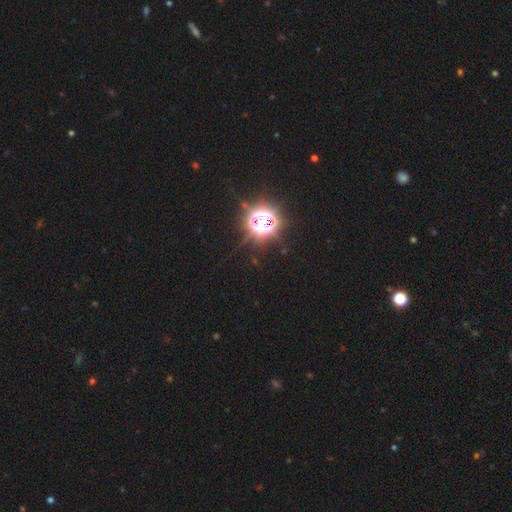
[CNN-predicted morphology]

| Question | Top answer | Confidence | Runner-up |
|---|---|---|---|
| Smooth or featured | star or artifact | 84% | smooth (10%) |